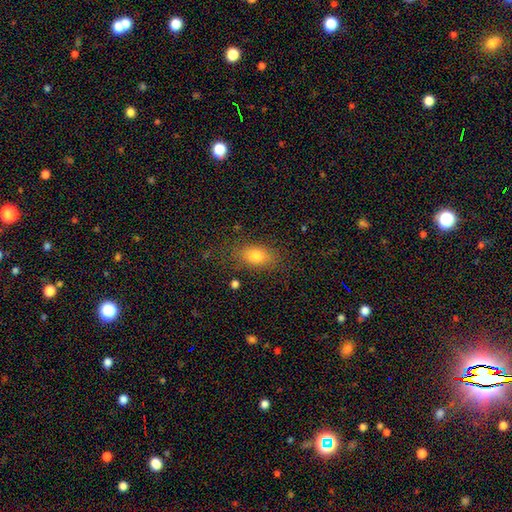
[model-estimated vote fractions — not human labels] smooth_or_featured: smooth (p=0.79) [alt: star or artifact p=0.11]
how_rounded: in between (p=0.81) [alt: round p=0.15]
merging: none (p=0.79) [alt: minor disturbance p=0.14]